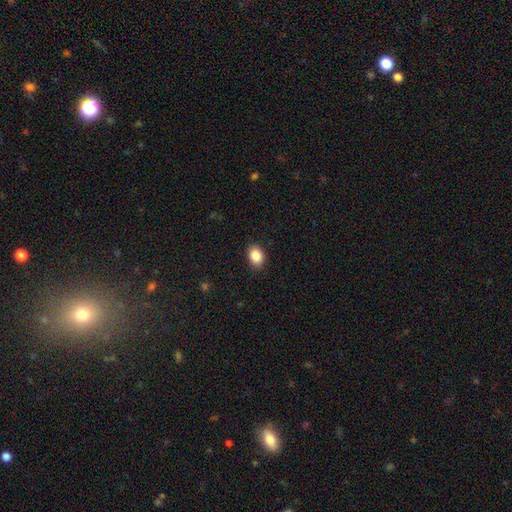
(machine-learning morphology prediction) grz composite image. It shows a smooth galaxy with no disk features (88%) that is in between round and cigar-shaped (73%). Merging: none (88%).